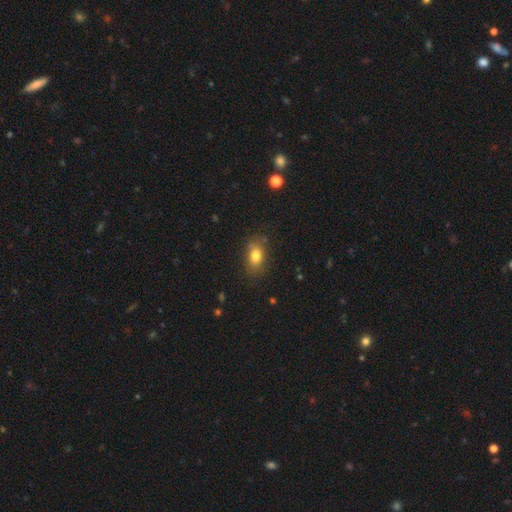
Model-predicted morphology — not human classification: Q: Smooth or featured?
A: smooth (79%); runner-up: featured or disk (12%)
Q: How rounded?
A: in between (81%); runner-up: round (16%)
Q: Merging?
A: none (74%); runner-up: minor disturbance (18%)